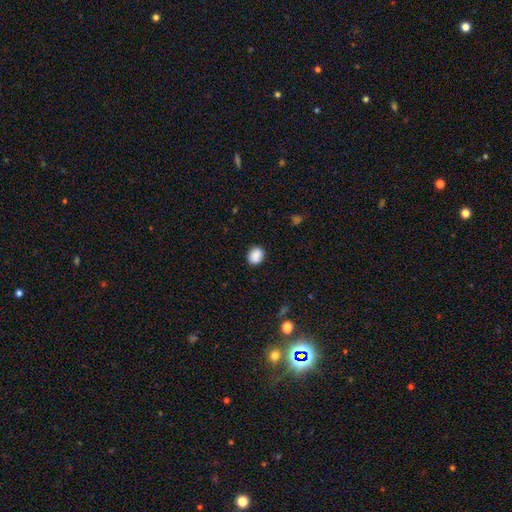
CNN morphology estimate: Smooth or featured: smooth — 88% (star or artifact — 8%)
How rounded: round — 55% (in between — 44%)
Merging: none — 86% (minor disturbance — 10%)